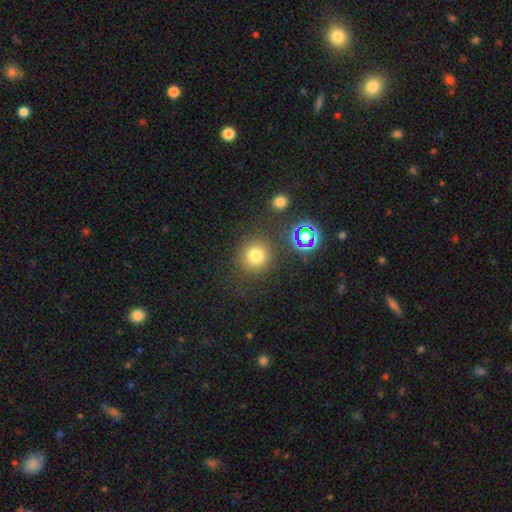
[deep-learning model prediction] This is likely a smooth galaxy (74%). How rounded: clearly round (91%). Merging: clearly none (82%).